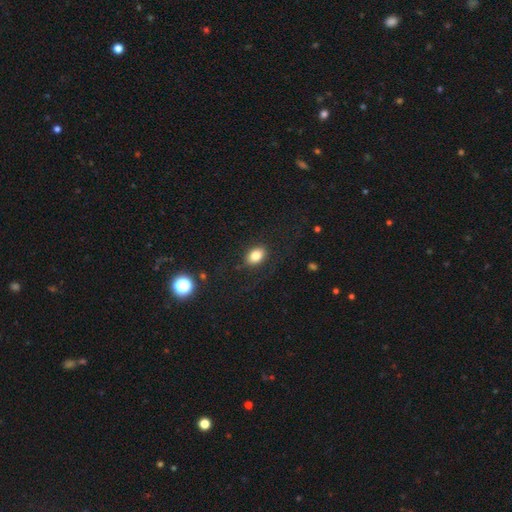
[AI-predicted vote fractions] Overall: smooth (82%). How rounded: in between (77%). Merging: none (86%).